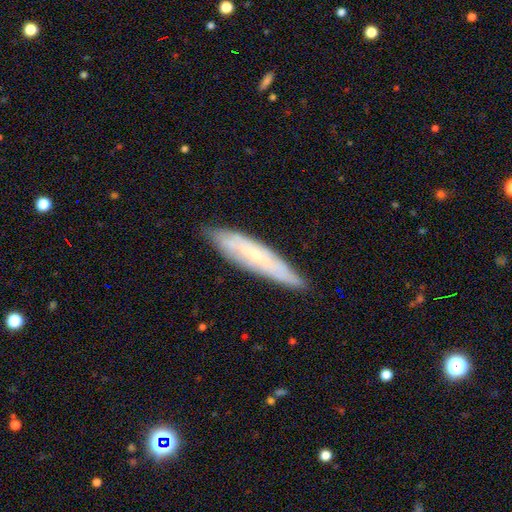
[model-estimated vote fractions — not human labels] Morphology: type=featured or disk (56%); edge-on=yes (54%); merging=none (82%).